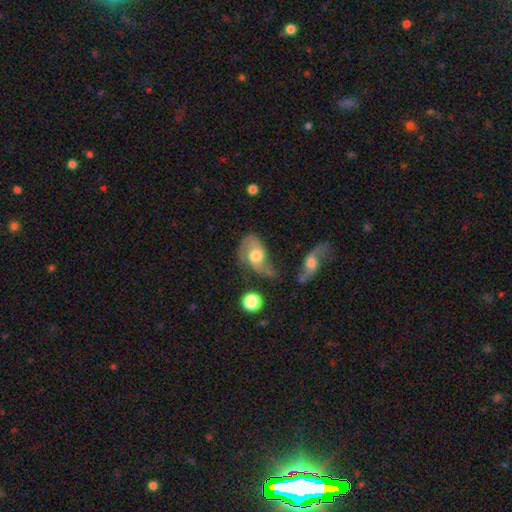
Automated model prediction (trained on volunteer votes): Morphology: type=featured or disk (64%); edge-on=no (94%); bar=no (65%); spiral arms=yes (81%); bulge=moderate (61%); merging=none (31%).